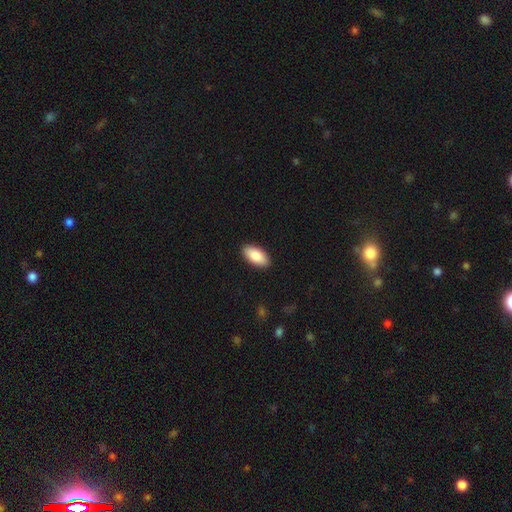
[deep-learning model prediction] The model was most divided on "smooth or featured": smooth: 86%, featured or disk: 8%, star or artifact: 6%. More confident: how rounded — in between (92%); merging — none (90%).